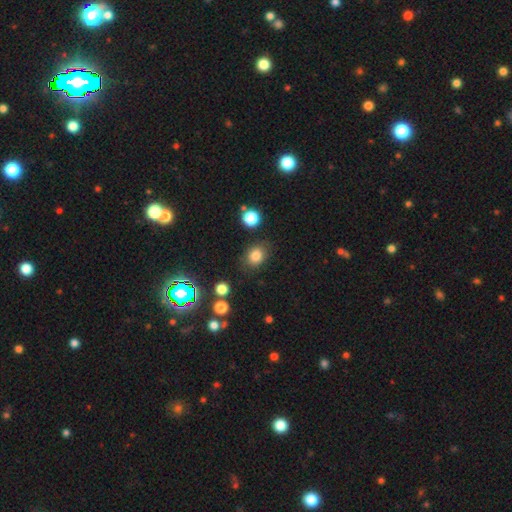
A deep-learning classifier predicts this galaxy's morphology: Q: Smooth or featured?
A: smooth (81%); runner-up: star or artifact (13%)
Q: How rounded?
A: round (54%); runner-up: in between (45%)
Q: Merging?
A: none (79%); runner-up: minor disturbance (14%)